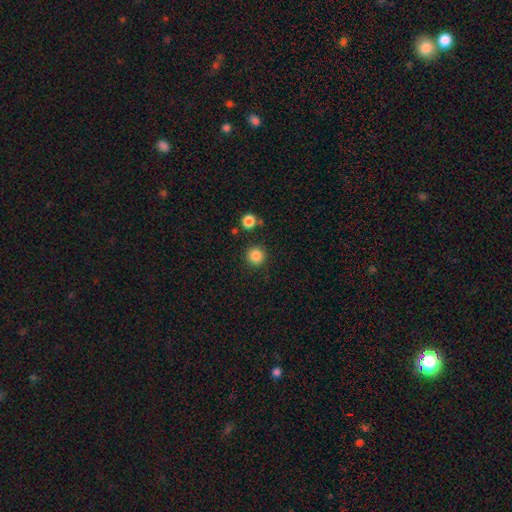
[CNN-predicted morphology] Smooth or featured? smooth (86%)
How rounded? round (95%)
Merging? none (89%)